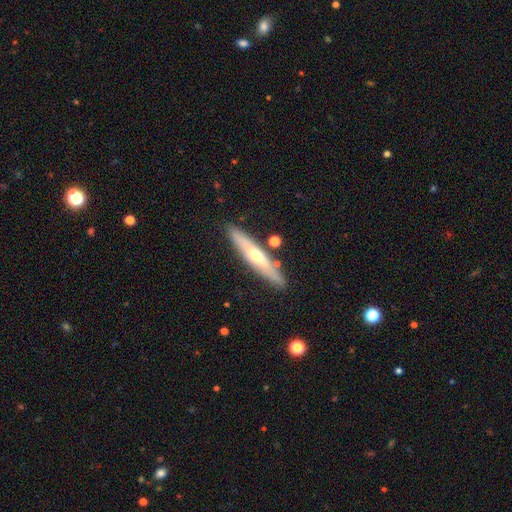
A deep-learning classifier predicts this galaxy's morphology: smooth_or_featured: featured or disk (p=0.58) [alt: smooth p=0.36]
disk_edge_on: yes (p=0.86) [alt: no p=0.14]
merging: none (p=0.83) [alt: minor disturbance p=0.10]